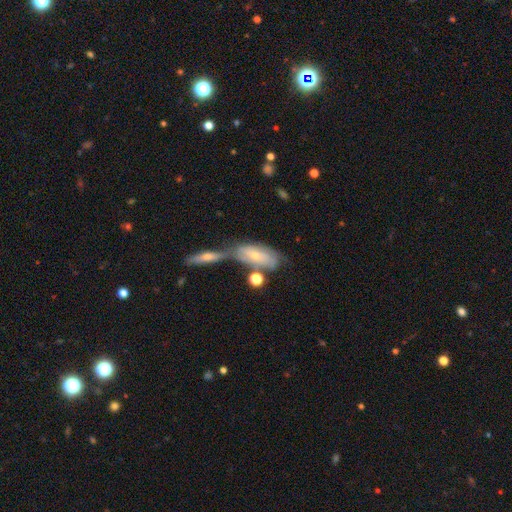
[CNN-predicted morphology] Smooth or featured: smooth — 47% (featured or disk — 46%)
Merging: merger — 44% (none — 32%)